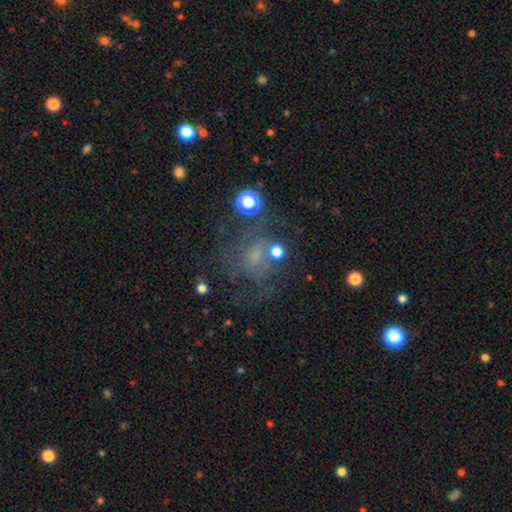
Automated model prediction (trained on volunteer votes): Overall: featured or disk (45%; smooth 32%). Merging: none (53%; major disturbance 22%).